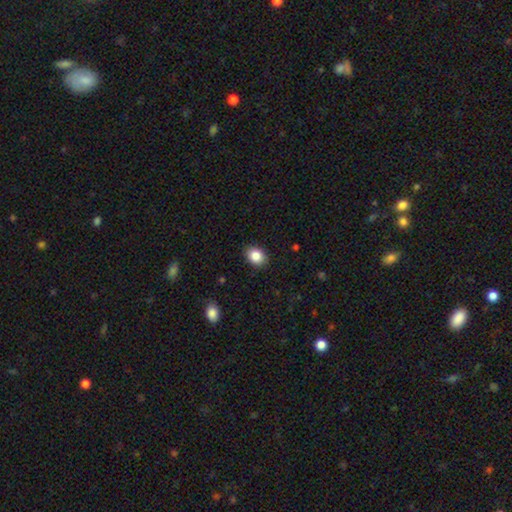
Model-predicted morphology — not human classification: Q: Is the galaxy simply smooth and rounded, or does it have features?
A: smooth — 86%.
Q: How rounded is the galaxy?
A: in between — 58%.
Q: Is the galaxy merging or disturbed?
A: none — 89%.